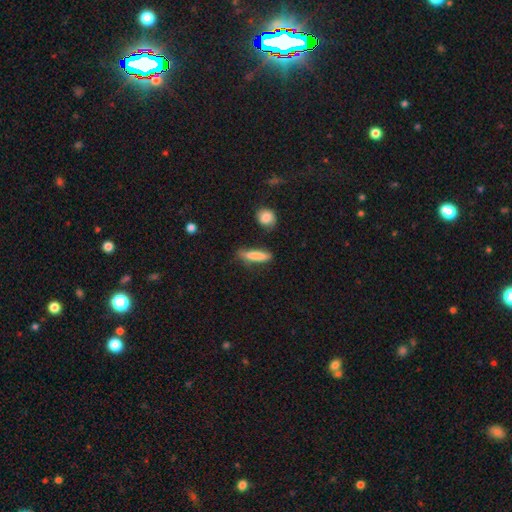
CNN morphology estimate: Smooth or featured?
  - smooth: 80% *
  - featured or disk: 13%
  - star or artifact: 7%
How rounded?
  - cigar-shaped: 79% *
  - in between: 19%
  - round: 2%
Merging?
  - none: 68% *
  - minor disturbance: 21%
  - major disturbance: 6%
  - merger: 4%